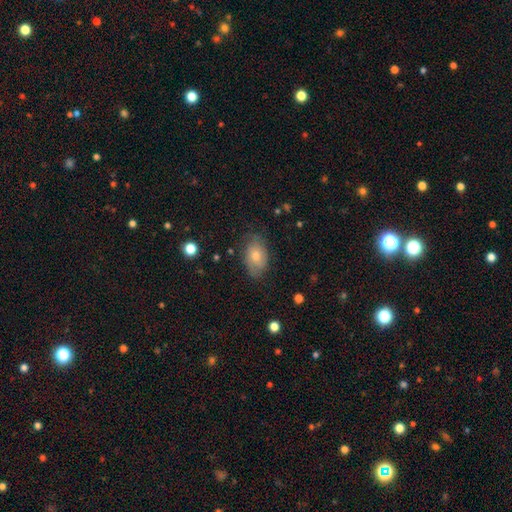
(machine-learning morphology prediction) The model was most divided on "smooth or featured": smooth: 53%, featured or disk: 37%, star or artifact: 11%. More confident: how rounded — in between (89%); merging — none (74%).